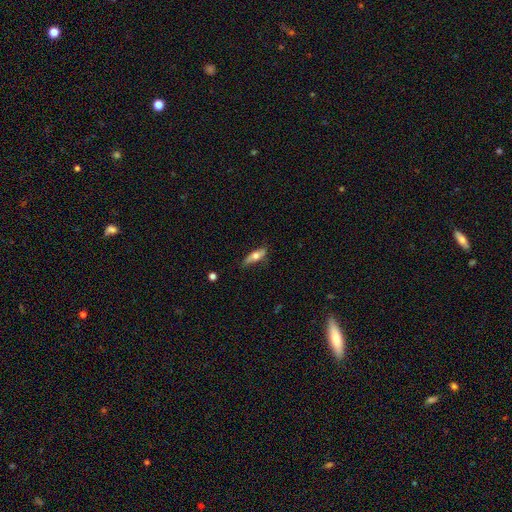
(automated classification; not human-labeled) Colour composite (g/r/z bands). It shows a smooth galaxy with no disk features (58%) that is cigar-shaped (50%). Merging: none (69%).